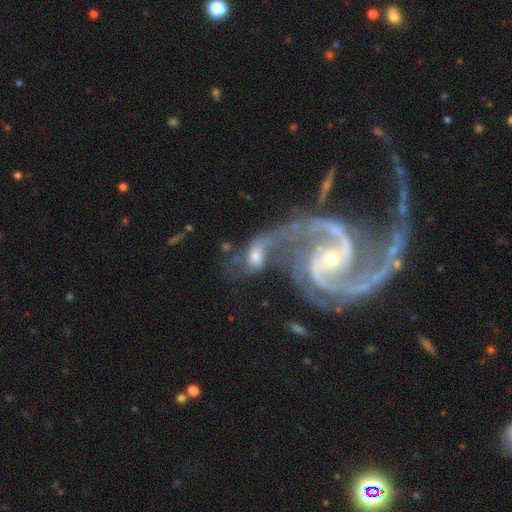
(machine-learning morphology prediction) A featured or disk galaxy (64%) with no bar (53%), spiral arms (78%) and a moderate central bulge (48%). Merging: merger (58%).